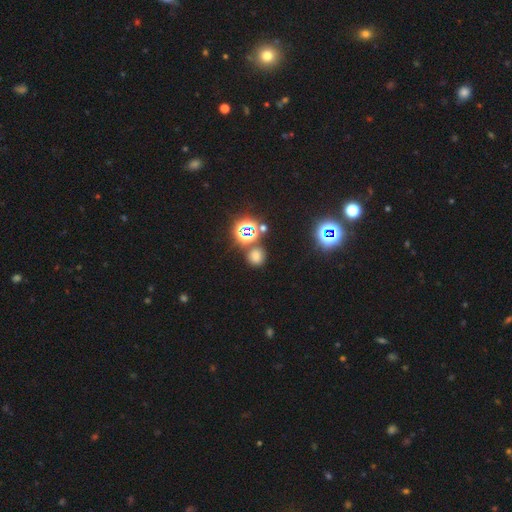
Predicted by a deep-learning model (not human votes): smooth-or-featured: smooth: 57% | star or artifact: 36% | featured or disk: 8%
  how-rounded: round: 84% | in between: 14% | cigar-shaped: 1%
  merging: none: 77% | minor disturbance: 10% | merger: 9% | major disturbance: 4%